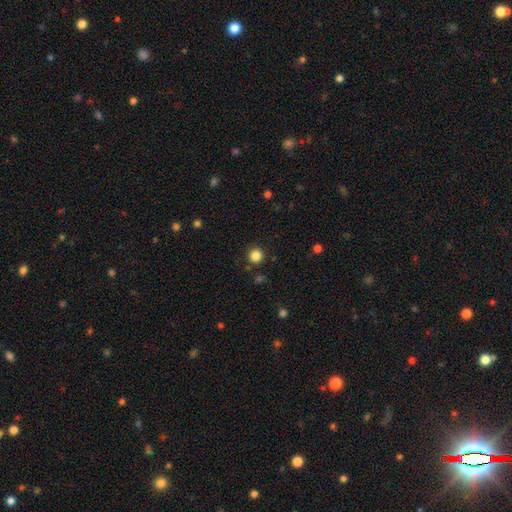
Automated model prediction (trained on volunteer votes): Smooth or featured? smooth (84%)
How rounded? round (94%)
Merging? none (90%)